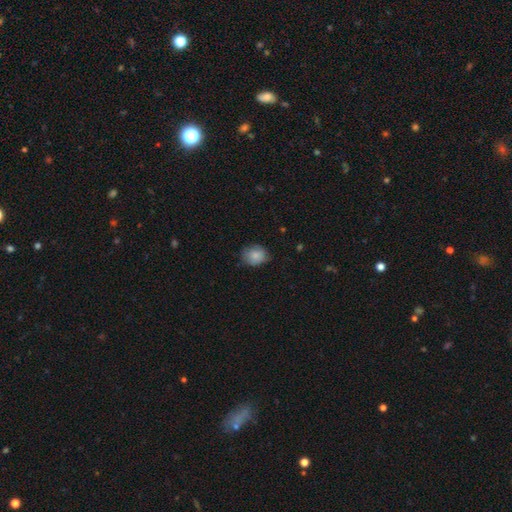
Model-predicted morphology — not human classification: Overall: smooth (82%). How rounded: round (62%; in between 37%). Merging: none (69%).